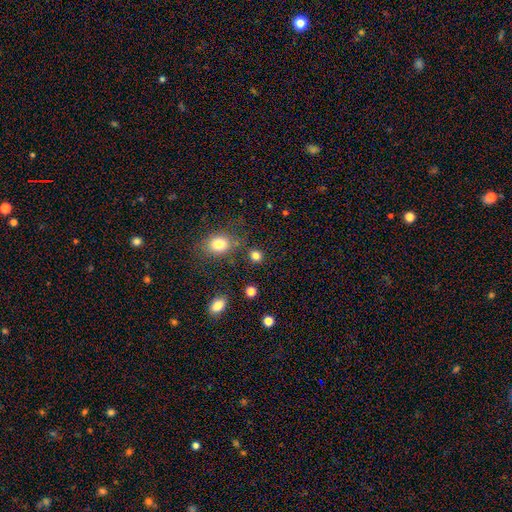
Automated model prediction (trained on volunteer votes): smooth-or-featured: smooth: 82% | star or artifact: 13% | featured or disk: 5%
  how-rounded: round: 80% | in between: 18% | cigar-shaped: 1%
  merging: none: 81% | minor disturbance: 9% | merger: 6% | major disturbance: 4%